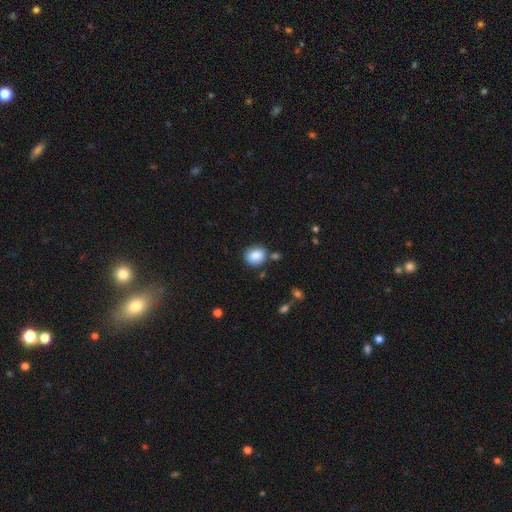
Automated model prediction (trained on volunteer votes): A smooth galaxy with no disk features (86%) that is round (65%). Merging: none (79%).